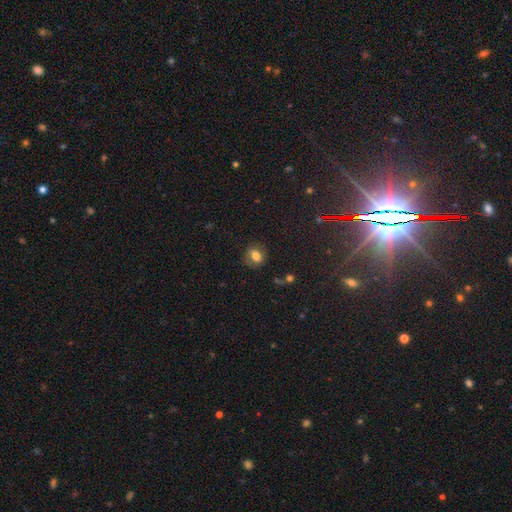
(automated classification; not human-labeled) A smooth galaxy with no disk features (71%) that is in between round and cigar-shaped (54%). Merging: none (78%).